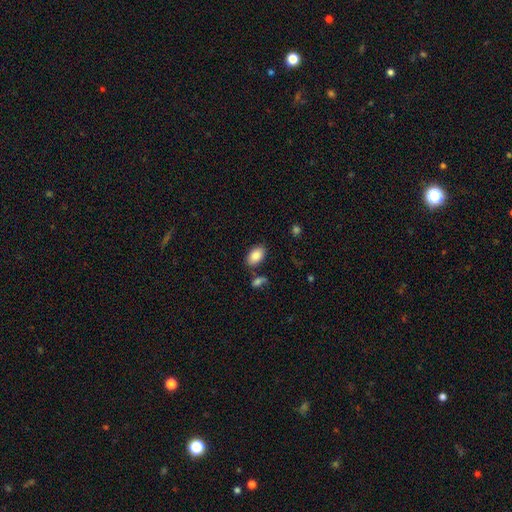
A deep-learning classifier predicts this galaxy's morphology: Overall: smooth (87%). How rounded: in between (92%). Merging: none (78%).